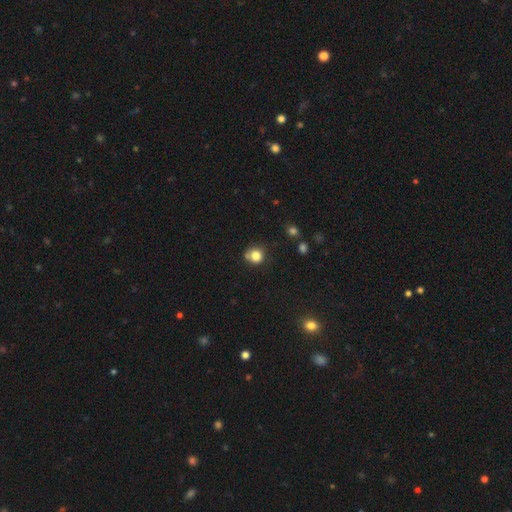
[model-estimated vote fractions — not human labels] Smooth or featured? smooth (80%)
How rounded? round (87%)
Merging? none (67%)